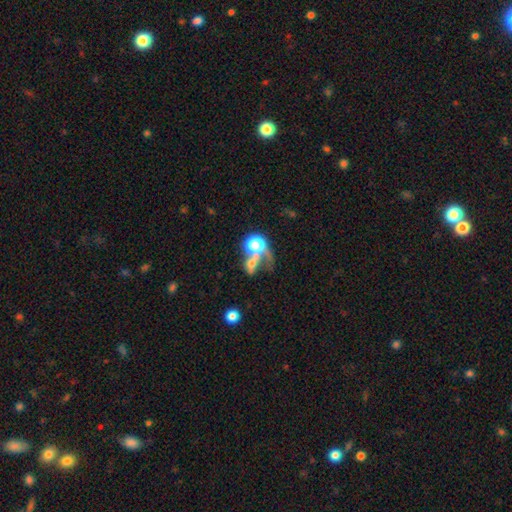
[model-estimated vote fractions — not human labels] Smooth or featured: smooth — 47% (featured or disk — 31%)
Merging: merger — 54% (major disturbance — 19%)